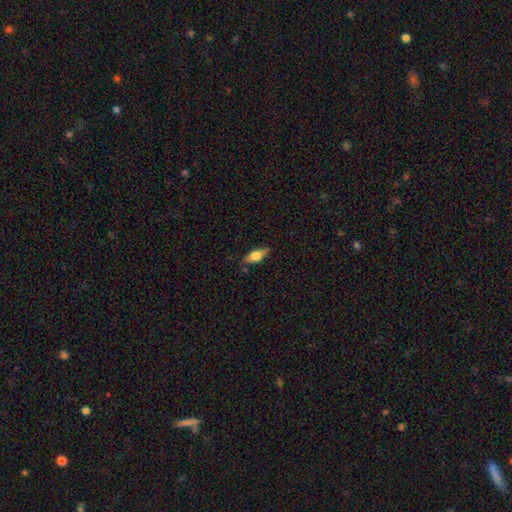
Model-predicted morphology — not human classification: Smooth or featured? Predicted: smooth (p=0.56). How rounded? Predicted: in between (p=0.69). Merging? Predicted: none (p=0.81).